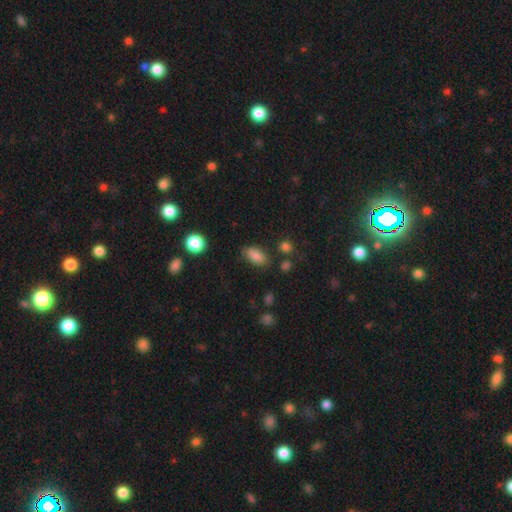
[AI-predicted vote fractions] smooth-or-featured: smooth: 80% | featured or disk: 10% | star or artifact: 10%
  how-rounded: in between: 89% | round: 7% | cigar-shaped: 5%
  merging: none: 75% | minor disturbance: 17% | major disturbance: 4% | merger: 4%